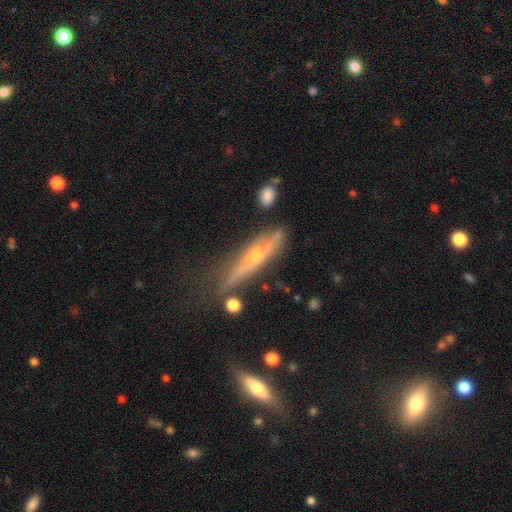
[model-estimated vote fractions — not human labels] Smooth or featured? featured or disk (68%)
Edge-on disk? yes (86%)
Edge-on bulge? rounded (85%)
Merging? none (60%)